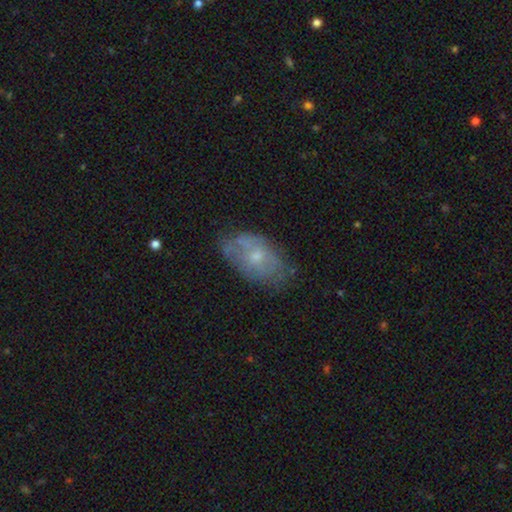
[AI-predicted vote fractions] Smooth or featured? Predicted: featured or disk (p=0.49). Merging? Predicted: none (p=0.60).